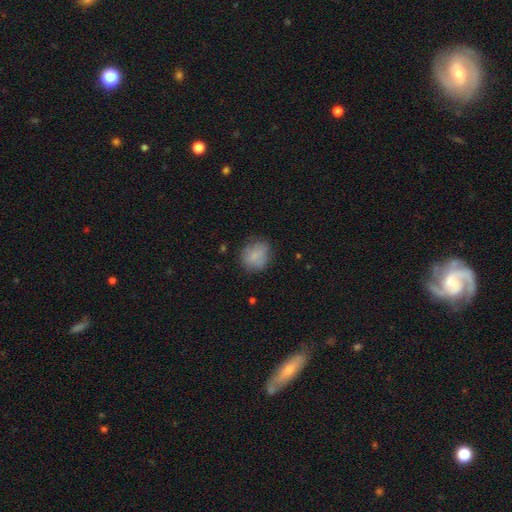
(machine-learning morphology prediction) Smooth or featured? smooth (76%)
How rounded? round (68%)
Merging? none (67%)